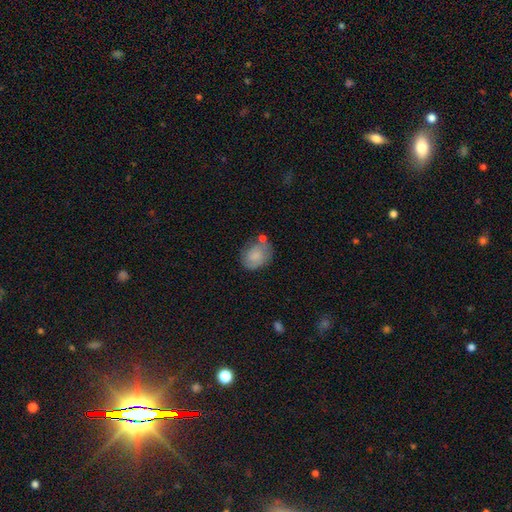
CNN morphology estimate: This is likely a smooth galaxy (74%). How rounded: likely in between (61%). Merging: possibly none (52%).